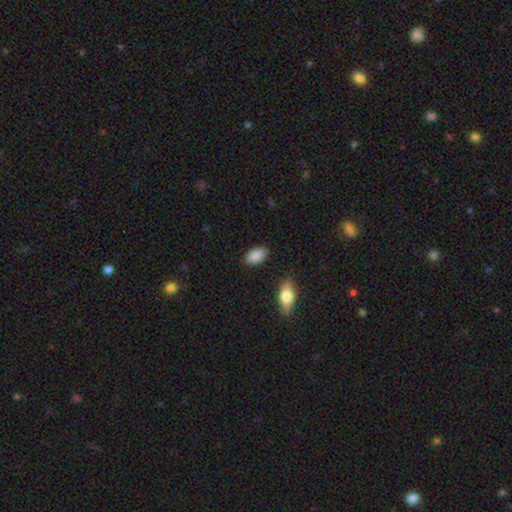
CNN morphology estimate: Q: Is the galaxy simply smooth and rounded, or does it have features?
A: smooth — 89%.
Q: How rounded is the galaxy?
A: in between — 93%.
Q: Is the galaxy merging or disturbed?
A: none — 87%.